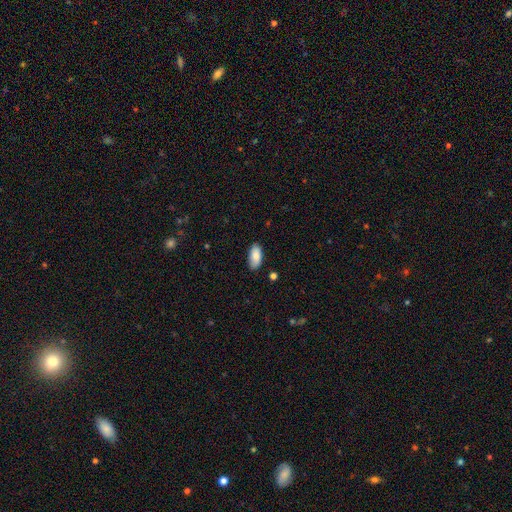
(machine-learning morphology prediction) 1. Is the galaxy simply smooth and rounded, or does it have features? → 83% smooth, 10% featured or disk, 7% star or artifact.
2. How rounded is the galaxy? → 93% in between, 5% cigar-shaped, 2% round.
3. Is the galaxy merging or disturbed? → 83% none, 14% minor disturbance, 2% major disturbance, 1% merger.